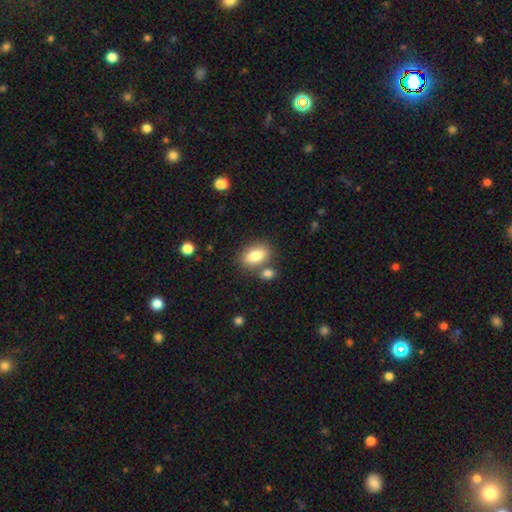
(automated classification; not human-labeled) This is likely a smooth galaxy (80%). How rounded: clearly in between (85%). Merging: likely none (68%).